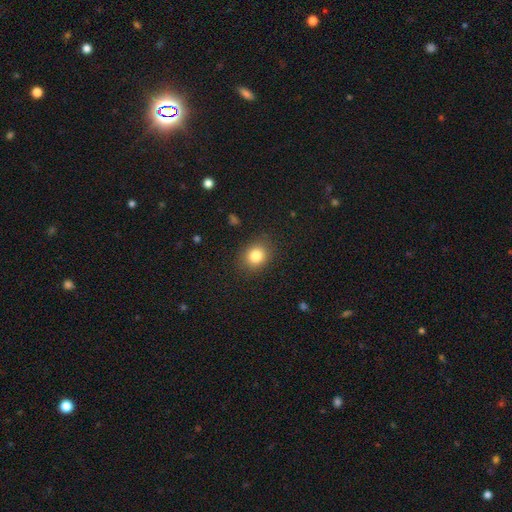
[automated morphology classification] smooth_or_featured: smooth (p=0.82) [alt: star or artifact p=0.11]
how_rounded: round (p=0.65) [alt: in between p=0.34]
merging: none (p=0.87) [alt: minor disturbance p=0.09]